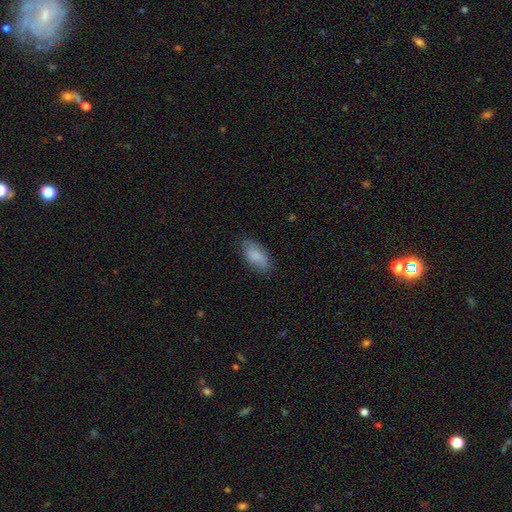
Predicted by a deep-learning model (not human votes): A smooth galaxy with no disk features (82%) that is in between round and cigar-shaped (91%). Merging: none (76%).